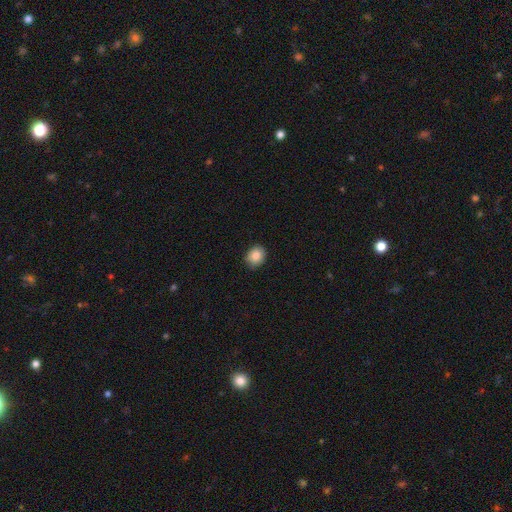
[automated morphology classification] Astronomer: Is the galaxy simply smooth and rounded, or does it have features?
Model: smooth — 86%.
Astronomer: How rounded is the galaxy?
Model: round — 60% (runner-up: in between, 39%).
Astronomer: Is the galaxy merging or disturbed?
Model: none — 83%.